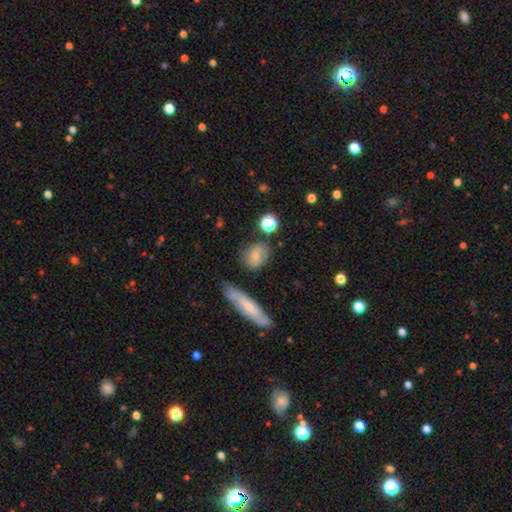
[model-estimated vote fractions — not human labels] smooth_or_featured: smooth (p=0.62) [alt: featured or disk p=0.27]
how_rounded: in between (p=0.54) [alt: round p=0.39]
merging: none (p=0.68) [alt: minor disturbance p=0.20]